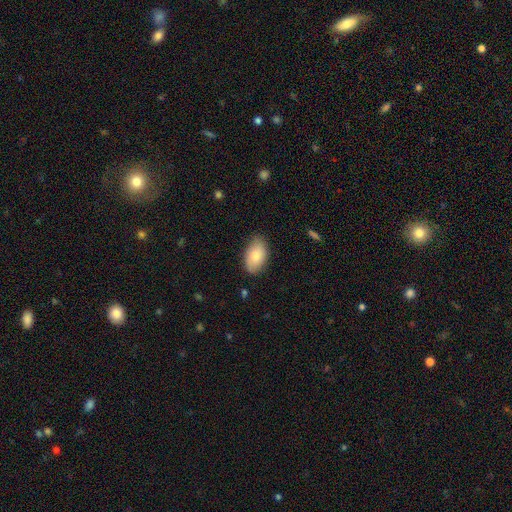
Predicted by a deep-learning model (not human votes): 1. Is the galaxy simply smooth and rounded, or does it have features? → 82% smooth, 12% featured or disk, 6% star or artifact.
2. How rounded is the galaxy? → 93% in between, 5% round, 1% cigar-shaped.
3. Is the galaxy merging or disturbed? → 79% none, 17% minor disturbance, 3% major disturbance, 1% merger.